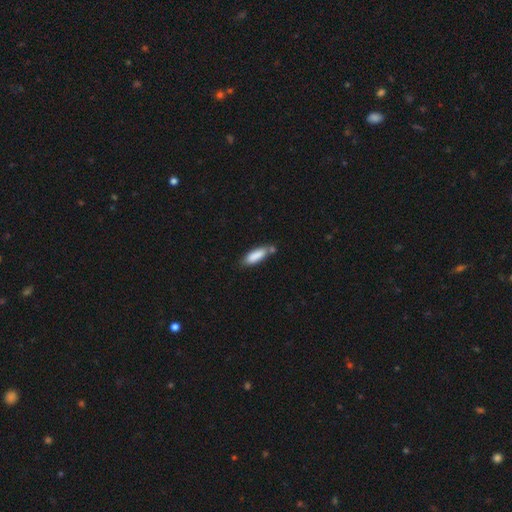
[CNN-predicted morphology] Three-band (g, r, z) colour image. It shows a smooth galaxy with no disk features (85%) that is in between round and cigar-shaped (51%). Merging: none (58%).